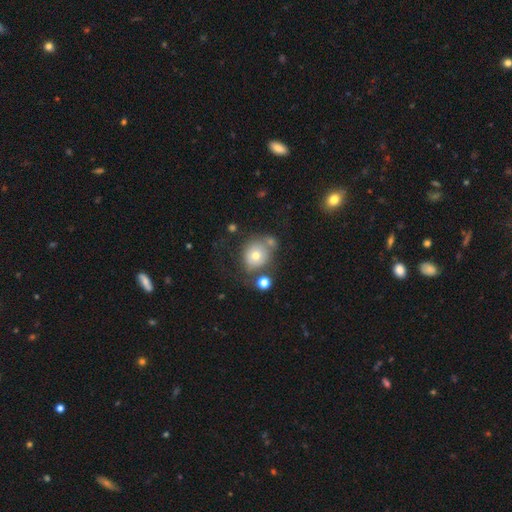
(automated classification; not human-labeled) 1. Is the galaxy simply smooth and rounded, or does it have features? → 65% smooth, 23% featured or disk, 12% star or artifact.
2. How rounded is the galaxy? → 77% round, 22% in between, 1% cigar-shaped.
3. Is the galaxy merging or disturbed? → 53% none, 18% minor disturbance, 16% merger, 12% major disturbance.